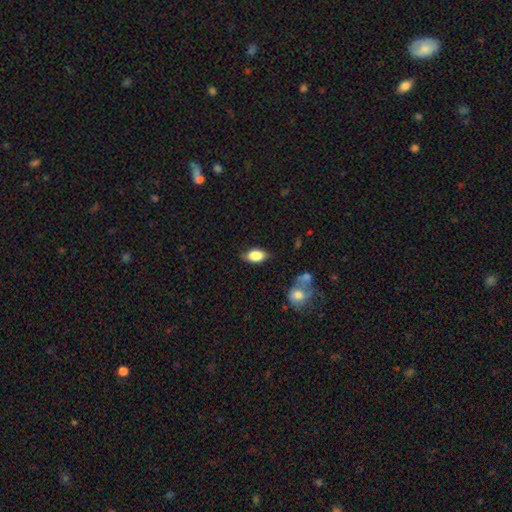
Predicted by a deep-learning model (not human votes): Morphology: type=smooth (82%); roundness=in between (89%); merging=none (76%).